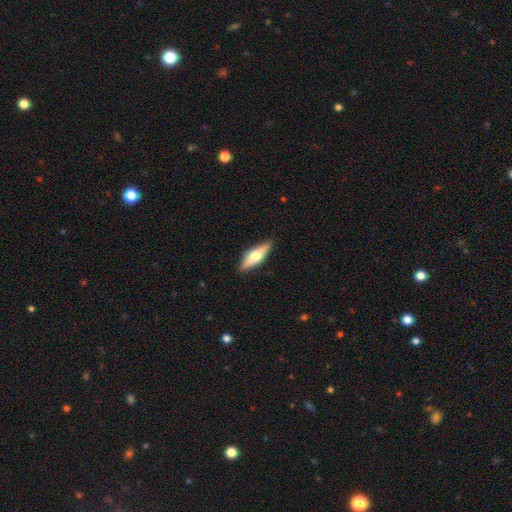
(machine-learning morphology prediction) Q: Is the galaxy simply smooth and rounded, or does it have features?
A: featured or disk — 48%.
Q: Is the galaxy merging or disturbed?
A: none — 88%.